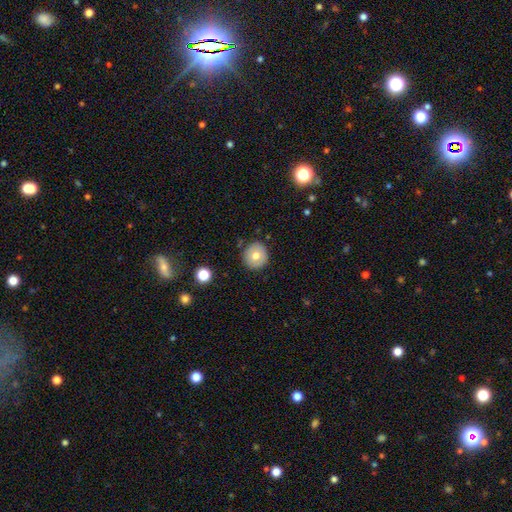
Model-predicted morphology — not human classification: type=smooth (73%); roundness=round (91%); merging=none (87%).